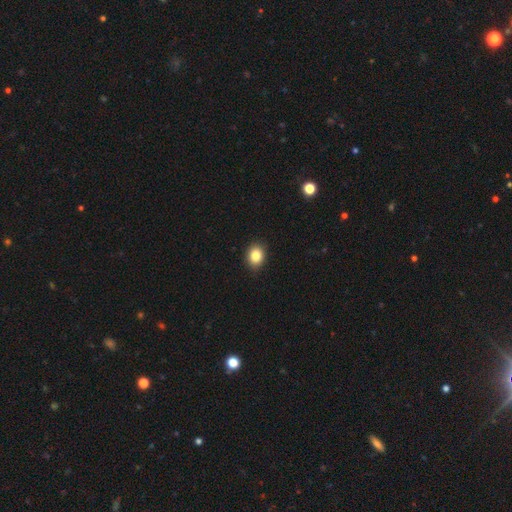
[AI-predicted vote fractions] Smooth or featured?
  - smooth: 85% *
  - star or artifact: 10%
  - featured or disk: 5%
How rounded?
  - in between: 50% *
  - round: 49%
  - cigar-shaped: 1%
Merging?
  - none: 88% *
  - minor disturbance: 9%
  - major disturbance: 2%
  - merger: 1%